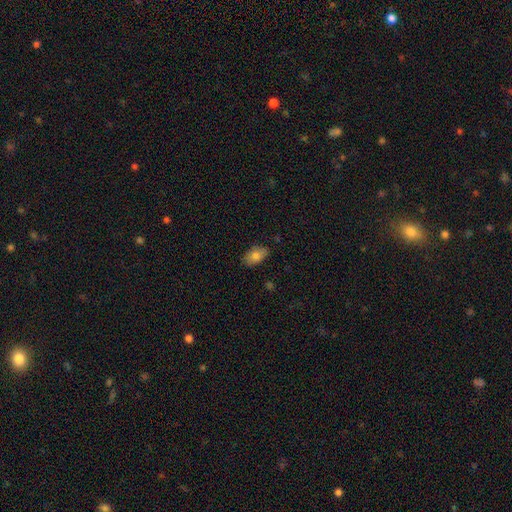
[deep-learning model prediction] Morphology: type=smooth (81%); roundness=in between (91%); merging=none (81%).